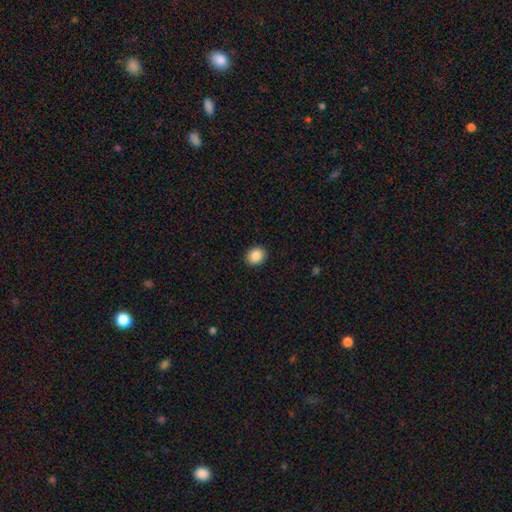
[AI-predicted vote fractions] Overall: smooth (88%). How rounded: round (62%; in between 37%). Merging: none (91%).